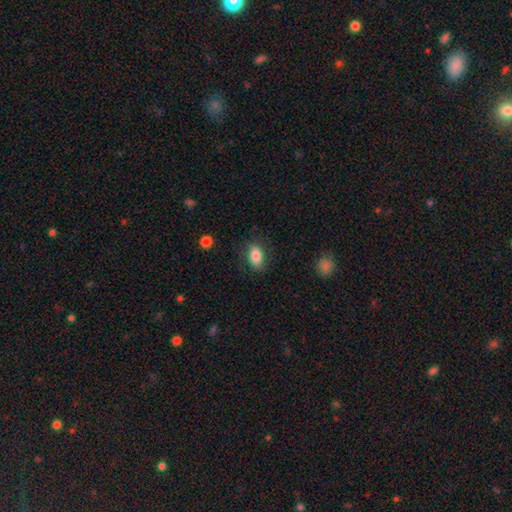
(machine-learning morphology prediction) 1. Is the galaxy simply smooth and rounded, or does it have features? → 83% smooth, 9% featured or disk, 8% star or artifact.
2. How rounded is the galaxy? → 87% in between, 11% round, 2% cigar-shaped.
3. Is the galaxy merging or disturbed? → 79% none, 15% minor disturbance, 5% major disturbance, 1% merger.